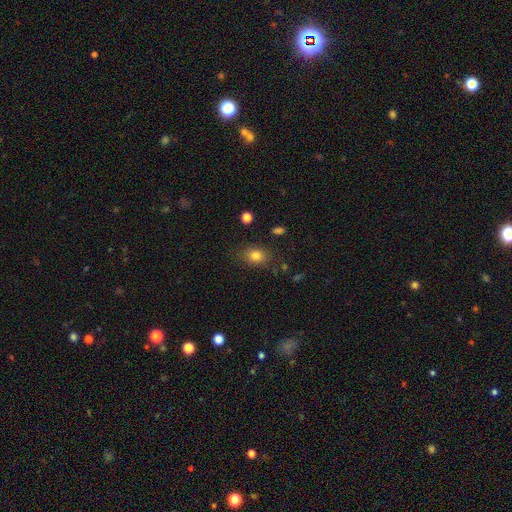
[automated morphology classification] type=smooth (81%); roundness=in between (56%); merging=none (82%).